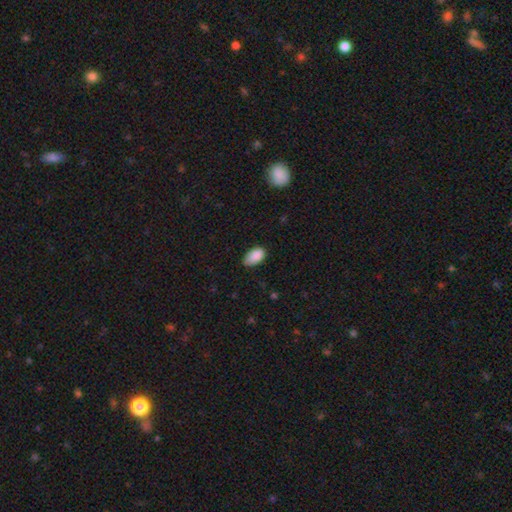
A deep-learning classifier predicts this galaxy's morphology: Smooth or featured: smooth — 88% (star or artifact — 7%)
How rounded: in between — 93% (round — 5%)
Merging: none — 65% (minor disturbance — 30%)